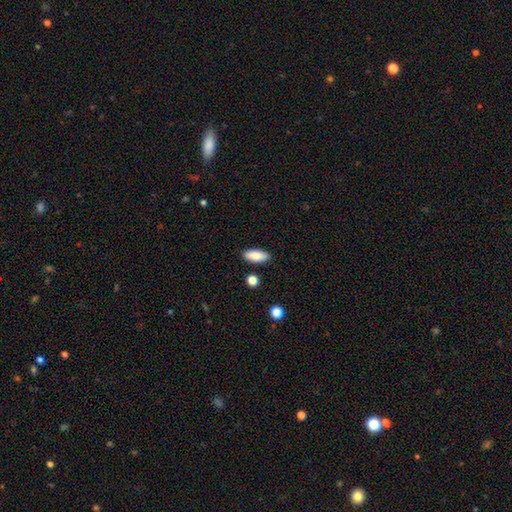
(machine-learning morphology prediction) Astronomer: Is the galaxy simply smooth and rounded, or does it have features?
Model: smooth — 86%.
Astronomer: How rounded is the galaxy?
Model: in between — 81%.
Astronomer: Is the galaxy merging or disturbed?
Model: none — 87%.